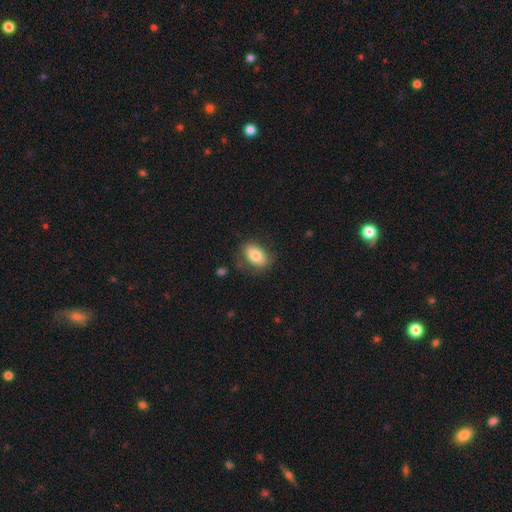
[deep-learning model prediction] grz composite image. It shows a smooth galaxy with no disk features (80%) that is in between round and cigar-shaped (88%). Merging: none (76%).